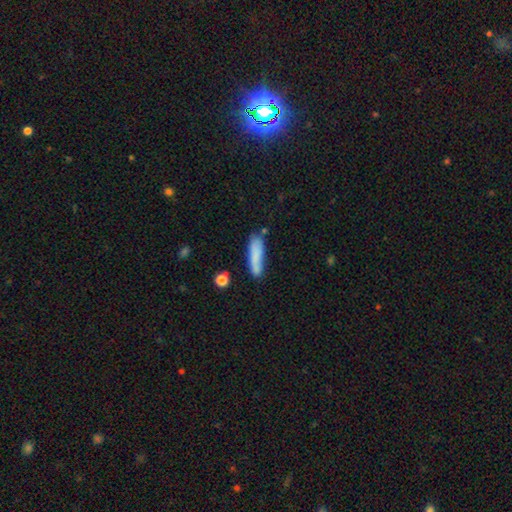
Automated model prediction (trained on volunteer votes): Q: Smooth or featured?
A: smooth (80%); runner-up: featured or disk (13%)
Q: How rounded?
A: cigar-shaped (71%); runner-up: in between (27%)
Q: Merging?
A: none (66%); runner-up: minor disturbance (22%)